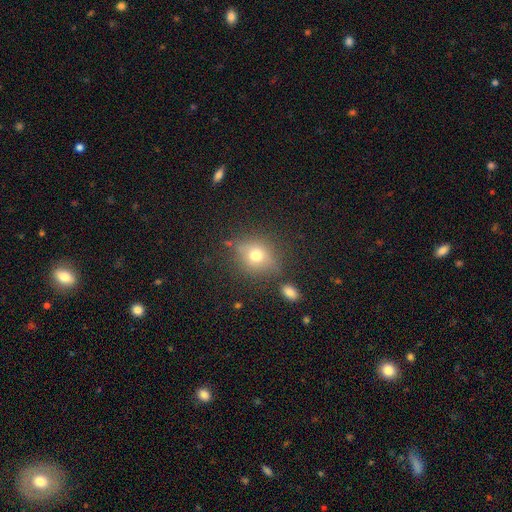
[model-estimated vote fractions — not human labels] Smooth or featured? Predicted: smooth (p=0.68). How rounded? Predicted: round (p=0.66). Merging? Predicted: none (p=0.74).